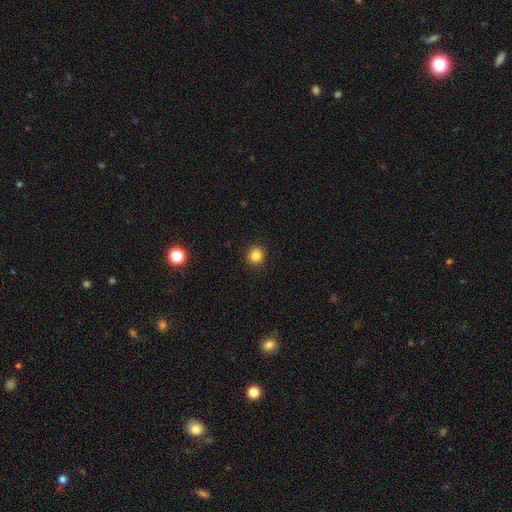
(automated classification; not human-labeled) Smooth or featured: smooth — 84% (star or artifact — 12%)
How rounded: round — 92% (in between — 7%)
Merging: none — 92% (minor disturbance — 6%)